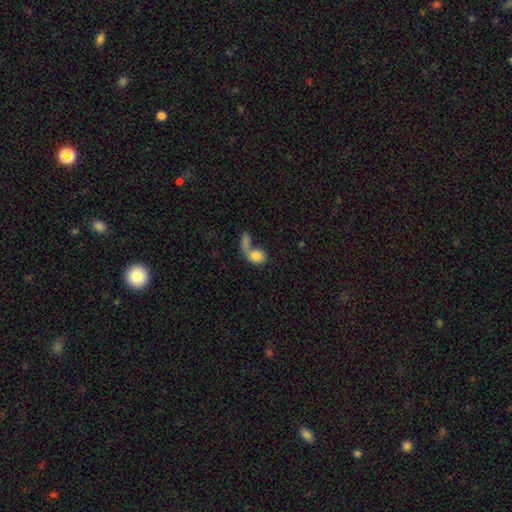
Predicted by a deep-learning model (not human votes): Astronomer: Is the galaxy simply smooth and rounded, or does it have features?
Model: smooth — 76%.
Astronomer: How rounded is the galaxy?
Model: in between — 71%.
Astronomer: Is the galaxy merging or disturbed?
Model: merger — 60%.